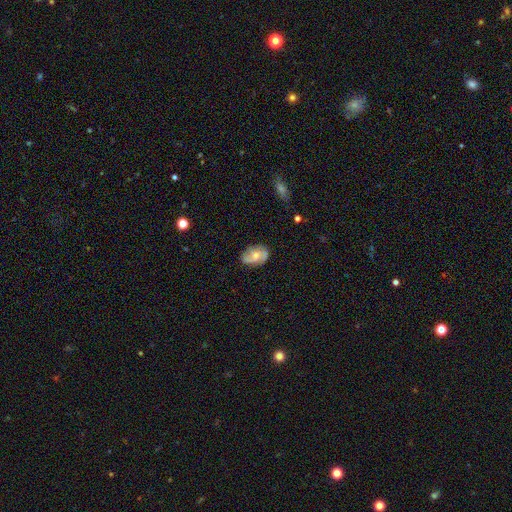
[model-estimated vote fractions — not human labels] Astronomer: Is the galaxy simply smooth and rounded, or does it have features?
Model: featured or disk — 60%.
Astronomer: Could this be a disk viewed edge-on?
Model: no — 96%.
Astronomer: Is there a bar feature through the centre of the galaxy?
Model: no — 67%.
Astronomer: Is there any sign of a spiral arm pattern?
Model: yes — 88%.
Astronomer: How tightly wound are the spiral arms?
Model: medium — 45% (runner-up: tight, 31%).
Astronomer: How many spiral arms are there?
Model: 2 — 56%.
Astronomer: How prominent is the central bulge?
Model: moderate — 54% (runner-up: small, 33%).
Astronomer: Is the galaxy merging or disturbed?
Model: none — 73%.